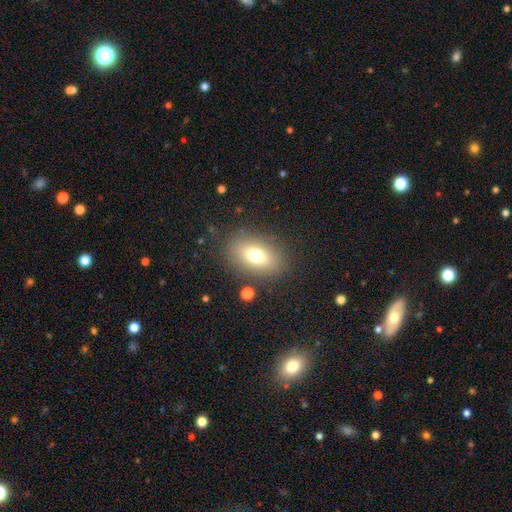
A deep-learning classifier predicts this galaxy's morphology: The model was most divided on "smooth or featured": smooth: 74%, featured or disk: 15%, star or artifact: 11%. More confident: how rounded — in between (85%); merging — none (82%).